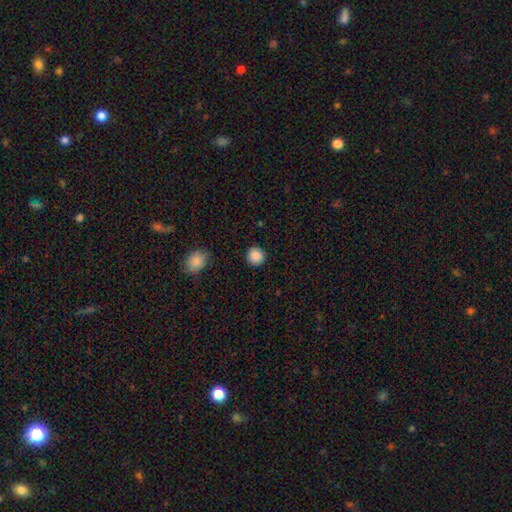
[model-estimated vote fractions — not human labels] This is clearly a smooth galaxy (88%). How rounded: clearly round (92%). Merging: clearly none (90%).